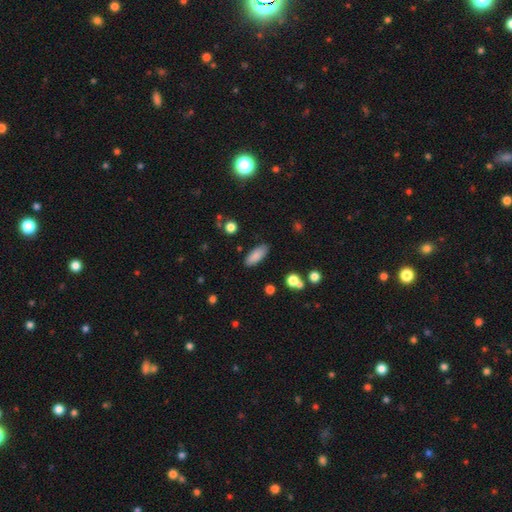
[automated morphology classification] Smooth or featured? smooth (86%)
How rounded? in between (76%)
Merging? none (86%)